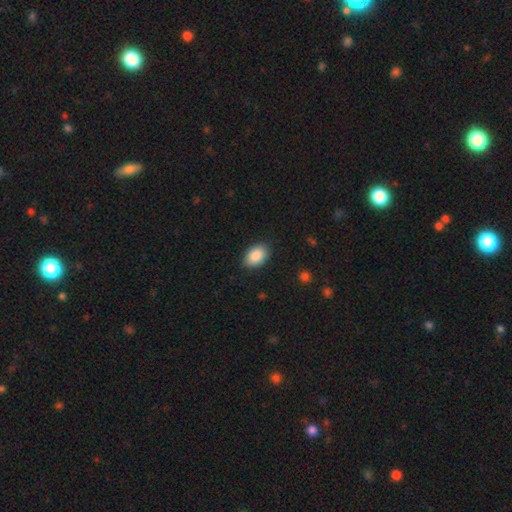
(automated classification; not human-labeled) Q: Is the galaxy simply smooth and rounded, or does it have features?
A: smooth — 90%.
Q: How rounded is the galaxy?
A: in between — 91%.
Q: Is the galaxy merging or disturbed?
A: none — 86%.